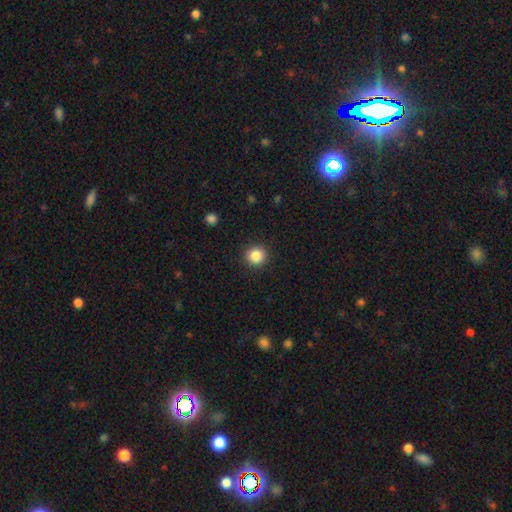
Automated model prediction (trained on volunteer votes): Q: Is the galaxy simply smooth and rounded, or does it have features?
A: smooth — 86%.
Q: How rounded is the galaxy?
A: round — 92%.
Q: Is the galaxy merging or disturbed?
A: none — 91%.